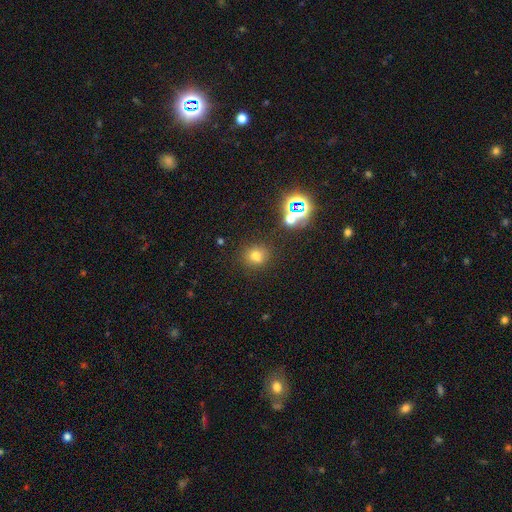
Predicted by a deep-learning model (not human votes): Smooth or featured: smooth — 69% (star or artifact — 23%)
How rounded: round — 84% (in between — 15%)
Merging: none — 79% (minor disturbance — 10%)